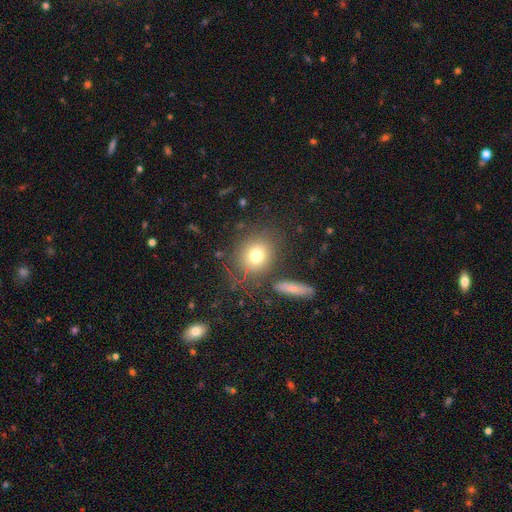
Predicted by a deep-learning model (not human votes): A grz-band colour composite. It shows a smooth galaxy with no disk features (74%) that is round (76%). Merging: none (77%).